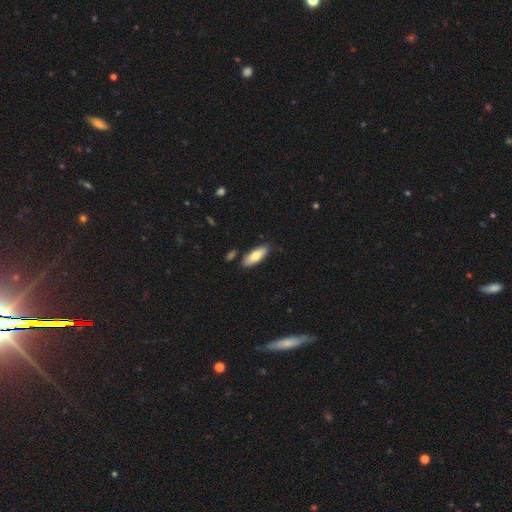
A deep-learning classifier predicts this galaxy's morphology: Smooth or featured: smooth — 76% (featured or disk — 18%)
How rounded: in between — 71% (cigar-shaped — 27%)
Merging: none — 82% (minor disturbance — 12%)